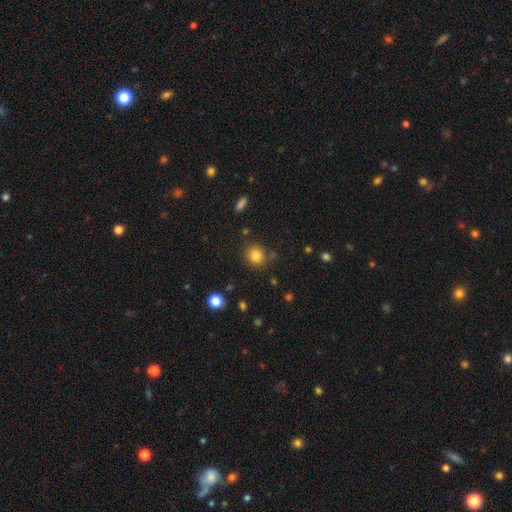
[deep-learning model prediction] Smooth or featured?
  - smooth: 83% *
  - star or artifact: 11%
  - featured or disk: 6%
How rounded?
  - round: 88% *
  - in between: 11%
  - cigar-shaped: 1%
Merging?
  - none: 82% *
  - minor disturbance: 10%
  - merger: 5%
  - major disturbance: 3%